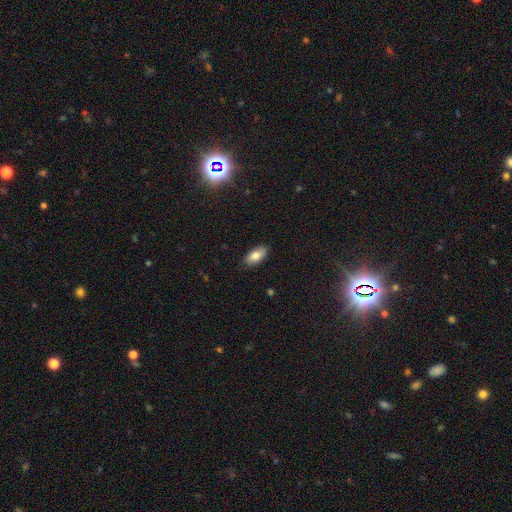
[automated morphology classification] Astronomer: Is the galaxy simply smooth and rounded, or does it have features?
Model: smooth — 80%.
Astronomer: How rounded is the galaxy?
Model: in between — 91%.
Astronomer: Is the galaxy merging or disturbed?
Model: none — 85%.